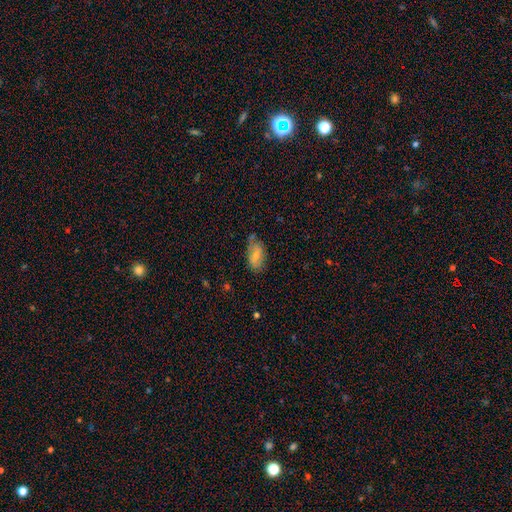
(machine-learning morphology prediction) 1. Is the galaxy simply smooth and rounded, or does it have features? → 69% smooth, 23% featured or disk, 7% star or artifact.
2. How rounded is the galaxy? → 92% in between, 4% cigar-shaped, 4% round.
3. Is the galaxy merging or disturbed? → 58% none, 30% minor disturbance, 8% major disturbance, 4% merger.